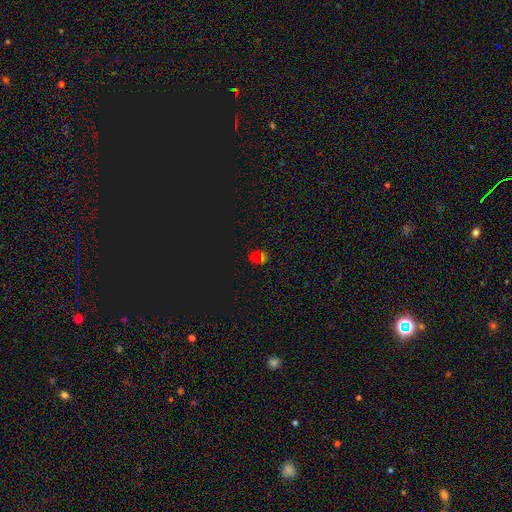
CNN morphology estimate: Smooth or featured? Predicted: star or artifact (p=0.59).